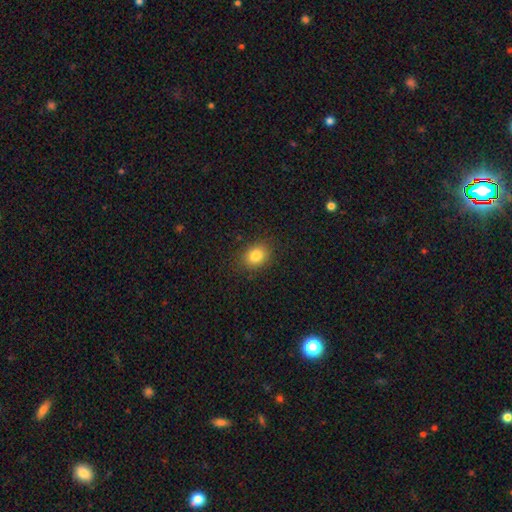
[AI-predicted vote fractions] Smooth or featured? smooth (83%)
How rounded? in between (50%)
Merging? none (86%)